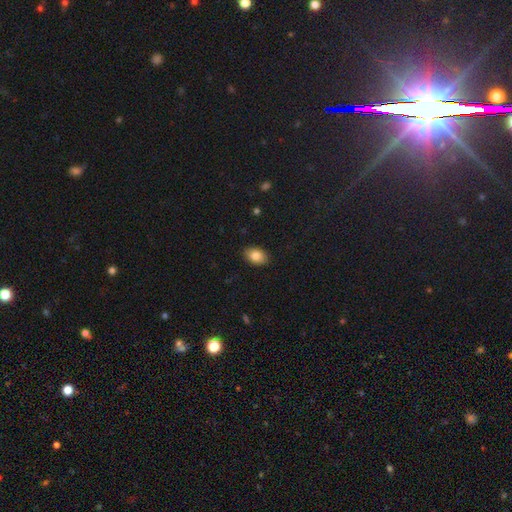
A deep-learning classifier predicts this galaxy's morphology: smooth_or_featured: smooth (p=0.85) [alt: star or artifact p=0.08]
how_rounded: in between (p=0.85) [alt: round p=0.14]
merging: none (p=0.88) [alt: minor disturbance p=0.09]